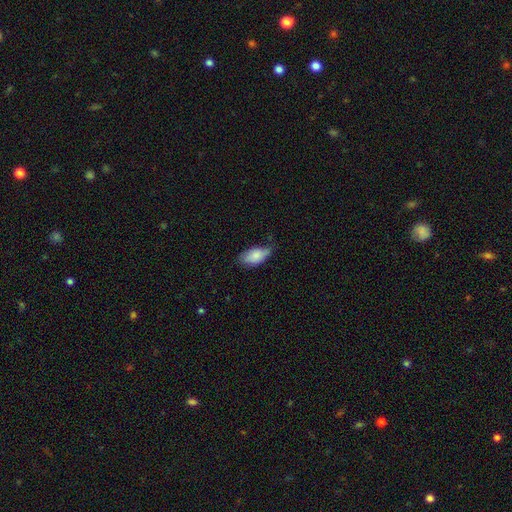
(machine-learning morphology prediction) type=smooth (81%); roundness=in between (92%); merging=none (58%).